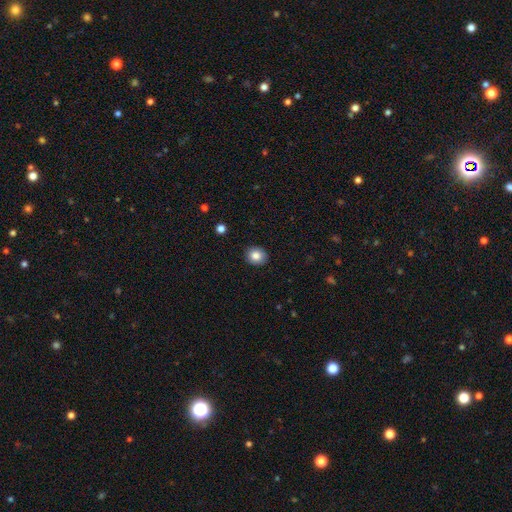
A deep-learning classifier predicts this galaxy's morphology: Smooth or featured?
  - smooth: 84% *
  - star or artifact: 9%
  - featured or disk: 7%
How rounded?
  - round: 68% *
  - in between: 31%
  - cigar-shaped: 1%
Merging?
  - none: 89% *
  - minor disturbance: 8%
  - major disturbance: 2%
  - merger: 1%